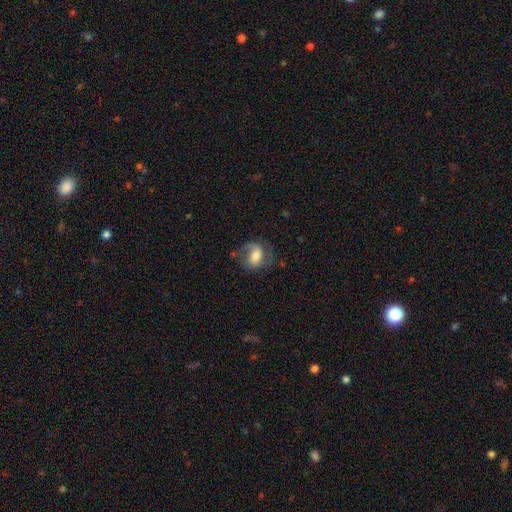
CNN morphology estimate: type=featured or disk (58%); edge-on=no (96%); bar=weak (42%); spiral arms=yes (86%); bulge=moderate (53%); merging=none (63%).